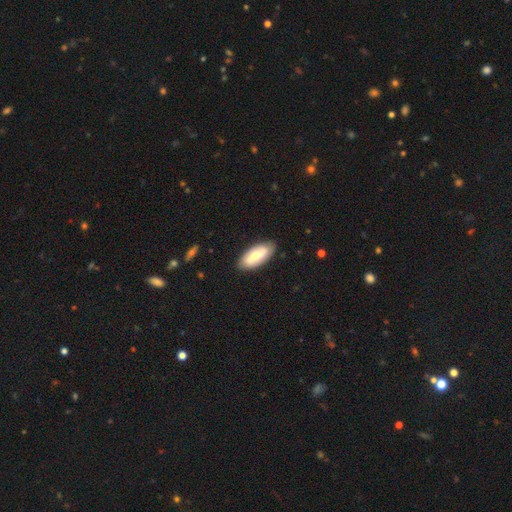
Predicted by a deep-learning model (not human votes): smooth-or-featured: smooth: 54% | featured or disk: 40% | star or artifact: 5%
  how-rounded: in between: 85% | cigar-shaped: 12% | round: 2%
  merging: none: 87% | minor disturbance: 10% | major disturbance: 2% | merger: 1%